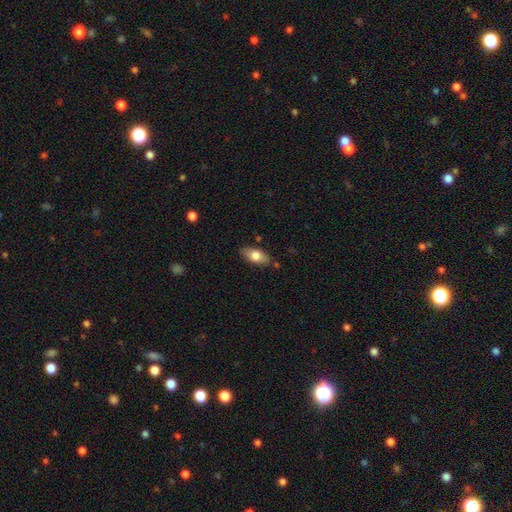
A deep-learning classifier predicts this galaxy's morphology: Overall: smooth (73%). How rounded: in between (87%). Merging: none (81%).